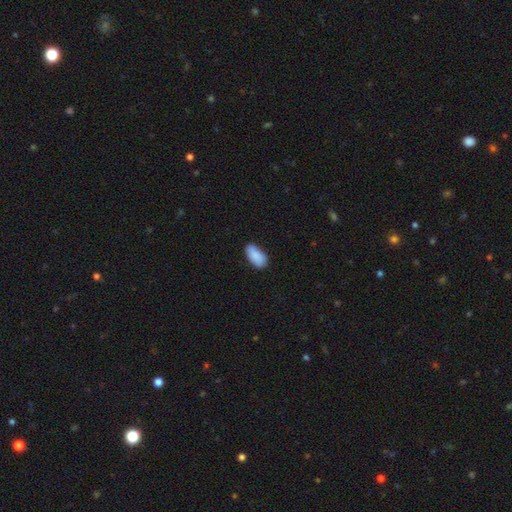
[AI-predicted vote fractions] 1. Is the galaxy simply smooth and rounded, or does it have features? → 88% smooth, 7% star or artifact, 5% featured or disk.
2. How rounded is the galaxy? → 93% in between, 5% cigar-shaped, 2% round.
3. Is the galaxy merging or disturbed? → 73% none, 22% minor disturbance, 3% major disturbance, 2% merger.